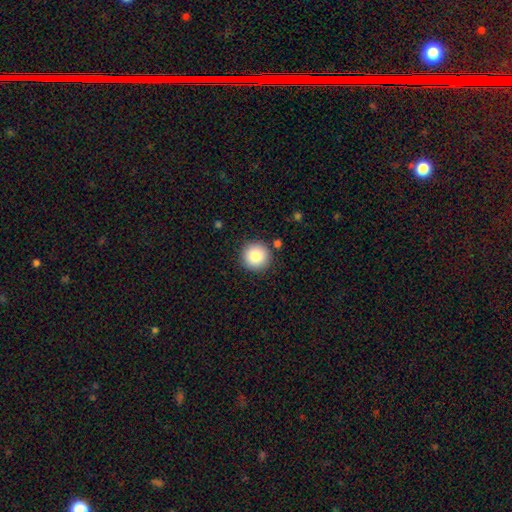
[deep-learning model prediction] A smooth galaxy with no disk features (86%) that is round (95%). Merging: none (89%).